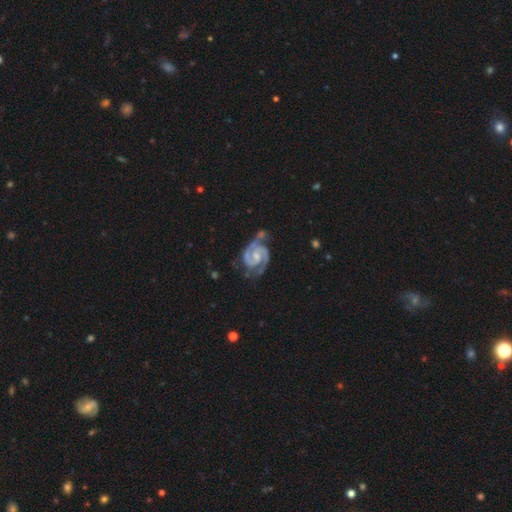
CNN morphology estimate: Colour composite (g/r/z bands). It shows a featured or disk galaxy (93%) with no bar (44%), 2 (91%) tight (54%) spiral arms (99%) and a small central bulge (48%). Merging: none (62%).